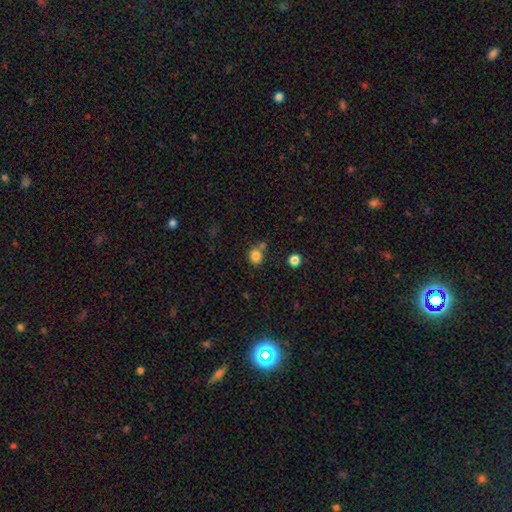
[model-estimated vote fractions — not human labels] smooth-or-featured: smooth: 83% | star or artifact: 12% | featured or disk: 5%
  how-rounded: round: 74% | in between: 25% | cigar-shaped: 1%
  merging: none: 62% | merger: 21% | minor disturbance: 13% | major disturbance: 5%